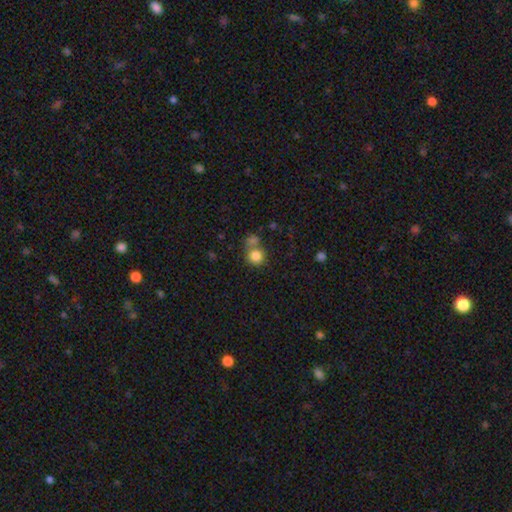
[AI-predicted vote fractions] Smooth or featured? Predicted: smooth (p=0.83). How rounded? Predicted: round (p=0.87). Merging? Predicted: none (p=0.52).